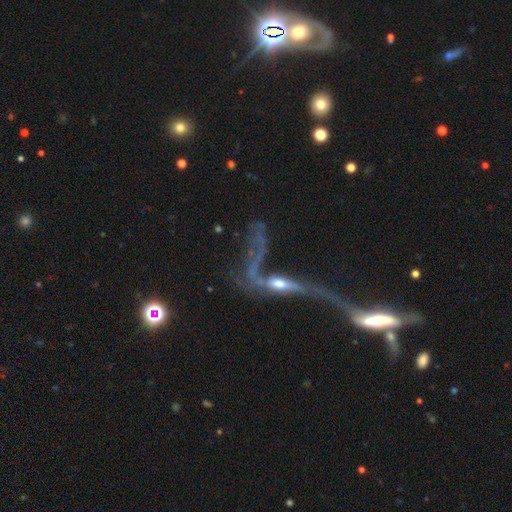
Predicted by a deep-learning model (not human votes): Smooth or featured?
  - featured or disk: 61% *
  - star or artifact: 23%
  - smooth: 16%
Edge-on disk?
  - no: 69% *
  - yes: 31%
Merging?
  - merger: 59% *
  - major disturbance: 17%
  - none: 16%
  - minor disturbance: 8%